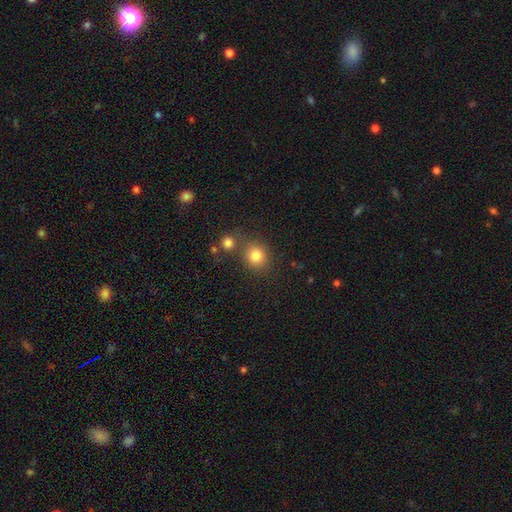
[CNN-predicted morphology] Smooth or featured?
  - smooth: 82% *
  - star or artifact: 12%
  - featured or disk: 6%
How rounded?
  - round: 84% *
  - in between: 15%
  - cigar-shaped: 1%
Merging?
  - none: 72% *
  - merger: 15%
  - minor disturbance: 10%
  - major disturbance: 4%